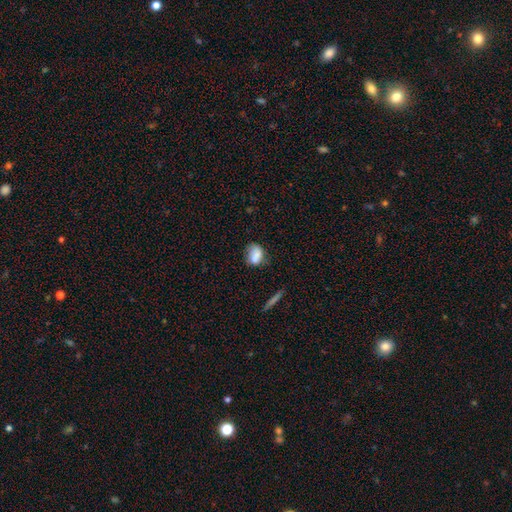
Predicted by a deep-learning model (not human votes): This appears to be a smooth galaxy with no disk features (75%) that is in between round and cigar-shaped (66%). Merging: none (47%).